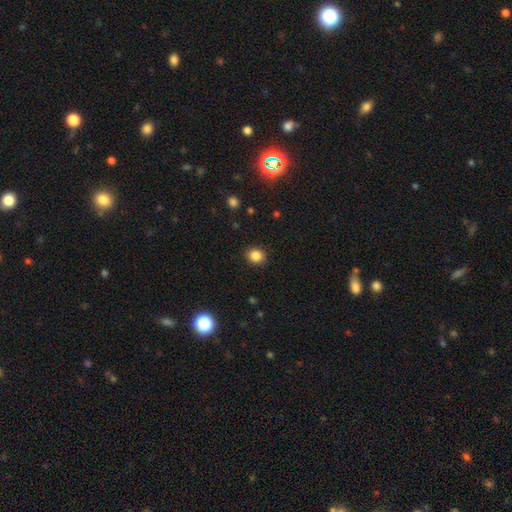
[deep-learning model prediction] Smooth or featured? Predicted: smooth (p=0.85). How rounded? Predicted: round (p=0.79). Merging? Predicted: none (p=0.91).